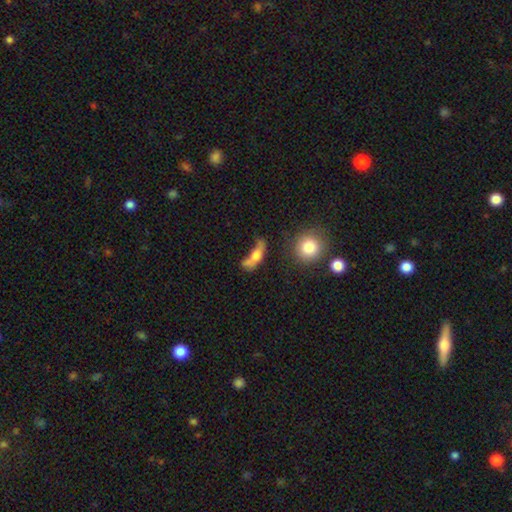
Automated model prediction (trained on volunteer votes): Smooth or featured? Predicted: smooth (p=0.59). How rounded? Predicted: in between (p=0.55). Merging? Predicted: none (p=0.28).